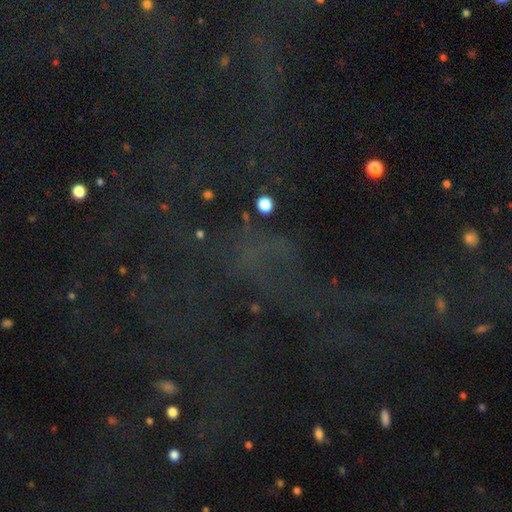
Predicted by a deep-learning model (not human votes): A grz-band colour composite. It shows a star or artifact, not a galaxy (68%).